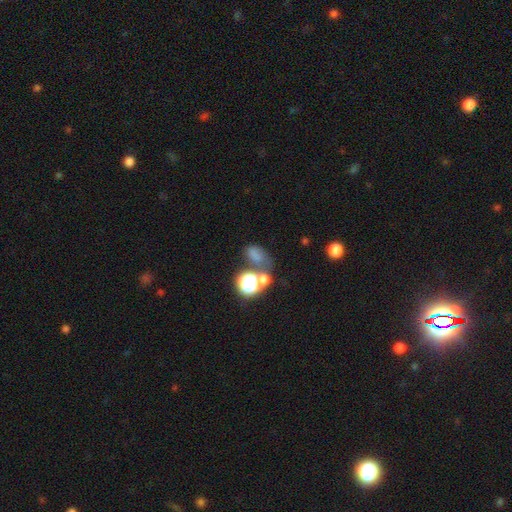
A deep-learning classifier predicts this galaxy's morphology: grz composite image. It shows a smooth galaxy with no disk features (59%) that is in between round and cigar-shaped (62%). Merging: none (45%).